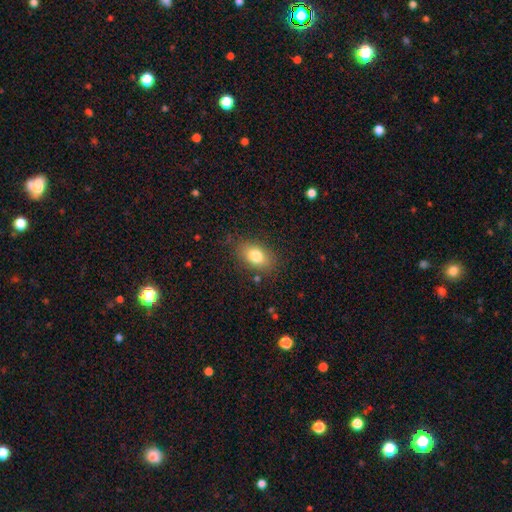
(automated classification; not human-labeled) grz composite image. It shows a smooth galaxy with no disk features (79%) that is in between round and cigar-shaped (86%). Merging: none (82%).